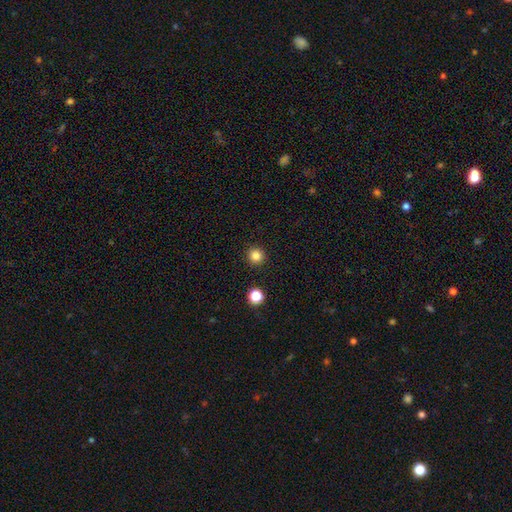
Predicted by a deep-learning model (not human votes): This appears to be a smooth galaxy with no disk features (84%) that is round (95%). Merging: none (92%).